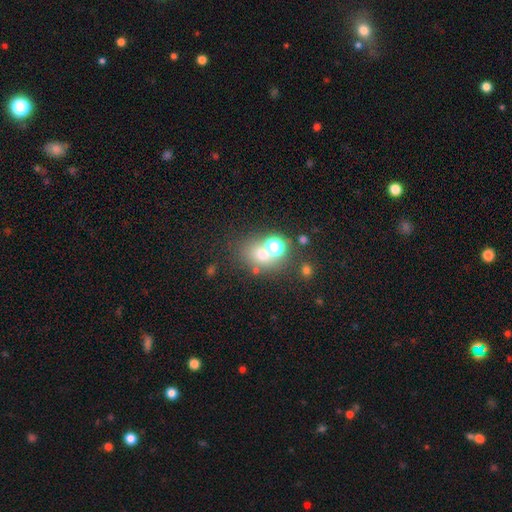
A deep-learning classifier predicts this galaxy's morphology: Smooth or featured? Predicted: smooth (p=0.58). How rounded? Predicted: round (p=0.64). Merging? Predicted: none (p=0.47).